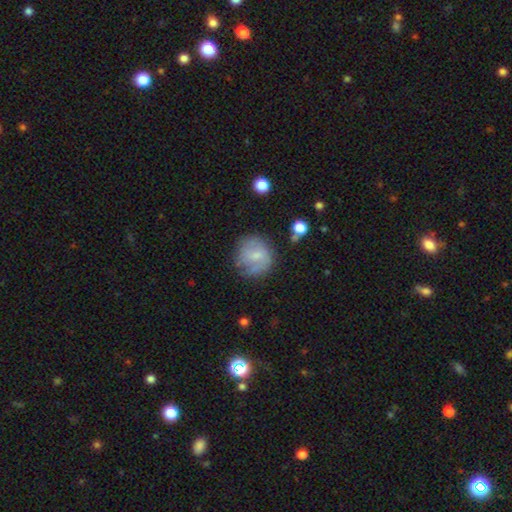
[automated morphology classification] A smooth galaxy with no disk features (57%) that is round (85%). Merging: none (64%).